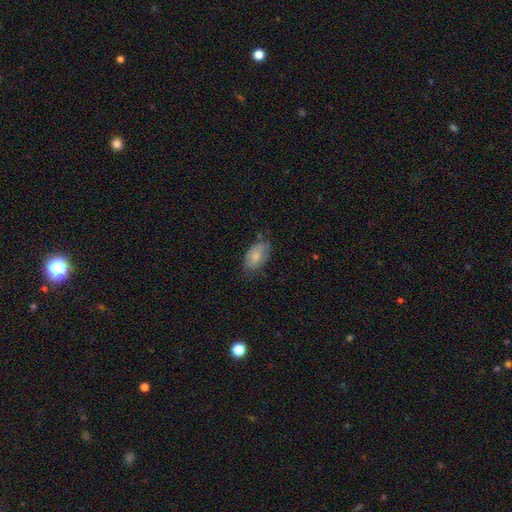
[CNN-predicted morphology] smooth 77%, featured or disk 16%, star or artifact 7%. Down the decision tree: how rounded — in between (93%); merging — none (64%).